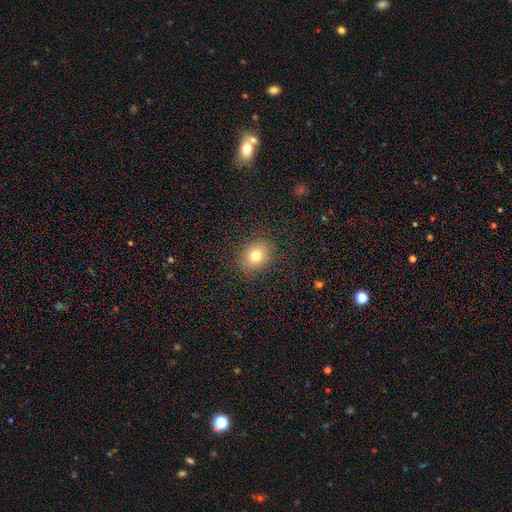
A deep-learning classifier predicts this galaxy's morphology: Smooth or featured: smooth — 76% (star or artifact — 13%)
How rounded: round — 59% (in between — 40%)
Merging: none — 88% (minor disturbance — 8%)